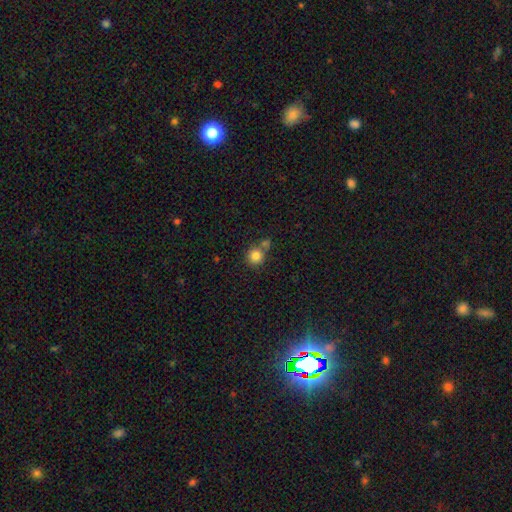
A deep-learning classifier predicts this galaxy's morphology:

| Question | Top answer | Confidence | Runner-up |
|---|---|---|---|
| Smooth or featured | smooth | 83% | star or artifact (11%) |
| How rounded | round | 91% | in between (8%) |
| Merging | none | 60% | merger (27%) |